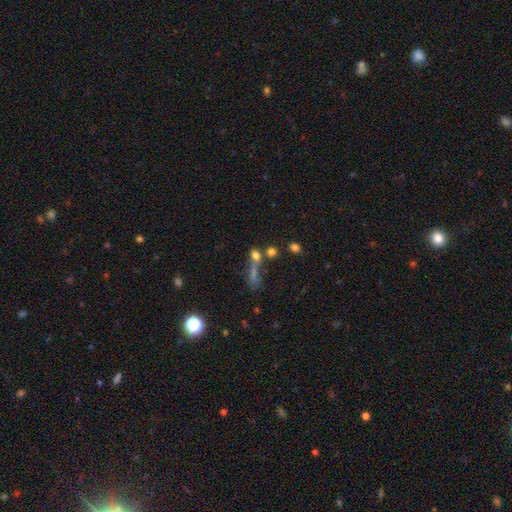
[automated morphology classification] smooth_or_featured: smooth (p=0.66) [alt: star or artifact p=0.18]
how_rounded: round (p=0.61) [alt: in between p=0.26]
merging: none (p=0.39) [alt: merger p=0.38]